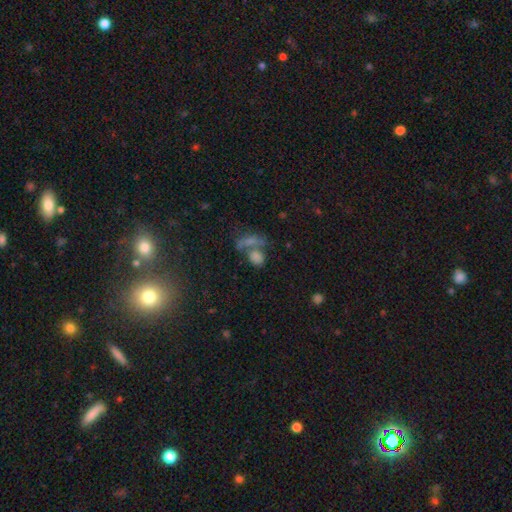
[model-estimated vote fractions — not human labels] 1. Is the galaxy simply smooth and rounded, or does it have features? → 57% smooth, 28% star or artifact, 16% featured or disk.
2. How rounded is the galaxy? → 57% in between, 35% round, 8% cigar-shaped.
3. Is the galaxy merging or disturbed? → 41% none (tied), 41% merger (tied), 10% minor disturbance, 8% major disturbance.